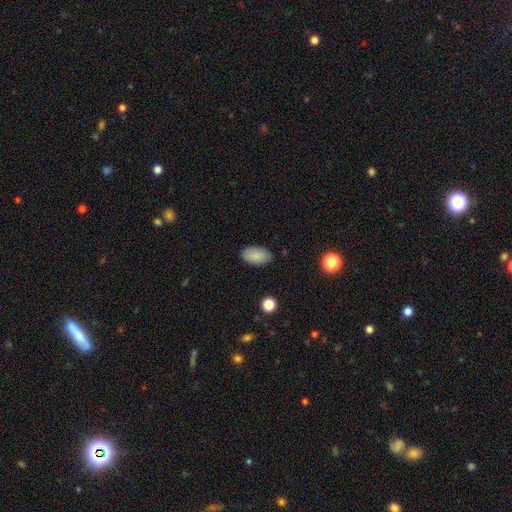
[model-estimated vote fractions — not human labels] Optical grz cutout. It shows a smooth galaxy with no disk features (87%) that is in between round and cigar-shaped (95%). Merging: none (84%).